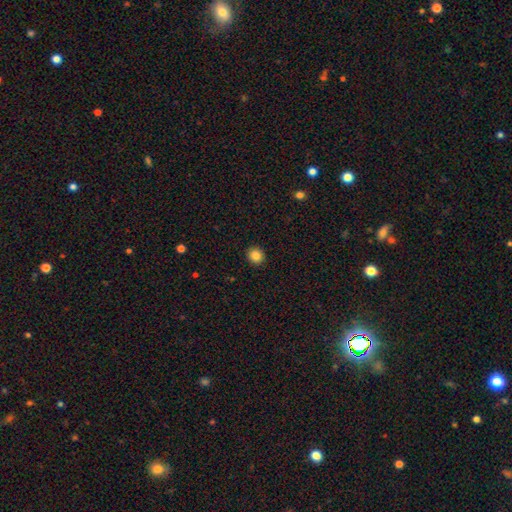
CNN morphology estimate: Q: Smooth or featured?
A: smooth (85%); runner-up: star or artifact (10%)
Q: How rounded?
A: round (89%); runner-up: in between (10%)
Q: Merging?
A: none (93%); runner-up: minor disturbance (5%)